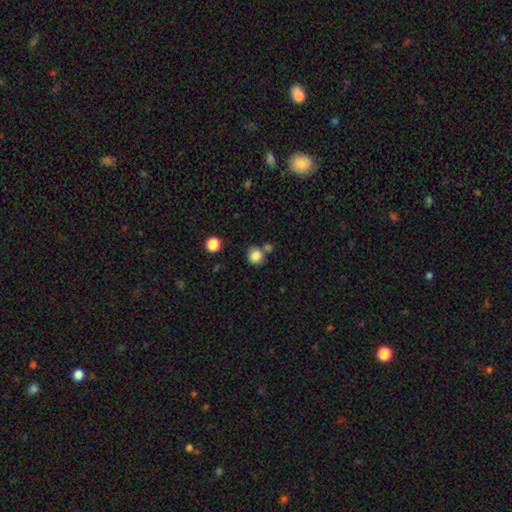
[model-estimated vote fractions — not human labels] Smooth or featured?
  - smooth: 84% *
  - star or artifact: 11%
  - featured or disk: 5%
How rounded?
  - round: 88% *
  - in between: 12%
  - cigar-shaped: 1%
Merging?
  - none: 66% *
  - merger: 18%
  - minor disturbance: 11%
  - major disturbance: 4%